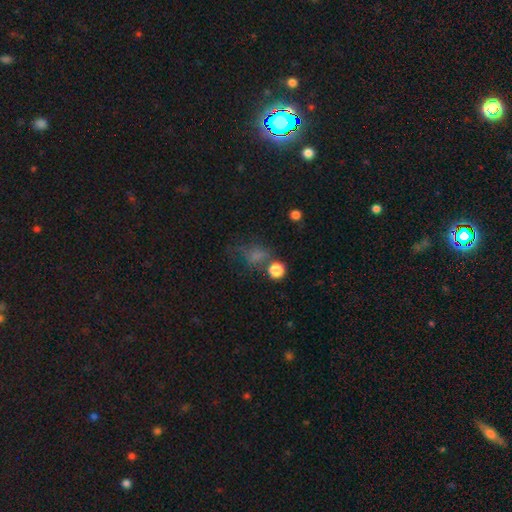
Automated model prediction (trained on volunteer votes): Smooth or featured? smooth (59%)
How rounded? round (54%)
Merging? none (43%)